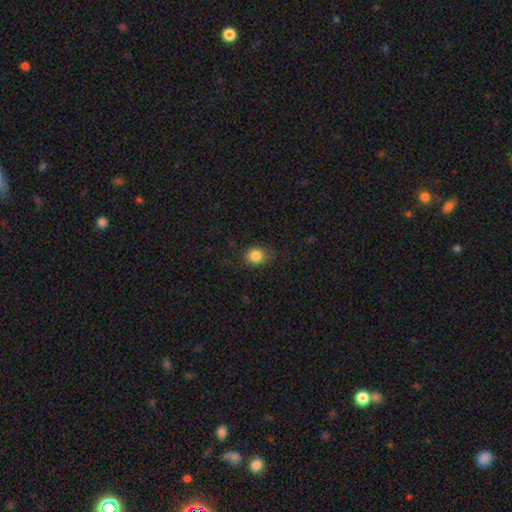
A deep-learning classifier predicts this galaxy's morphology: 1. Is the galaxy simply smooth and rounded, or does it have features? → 85% smooth, 11% star or artifact, 5% featured or disk.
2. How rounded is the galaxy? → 71% round, 28% in between, 1% cigar-shaped.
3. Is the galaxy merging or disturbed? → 82% none, 14% minor disturbance, 3% major disturbance, 1% merger.